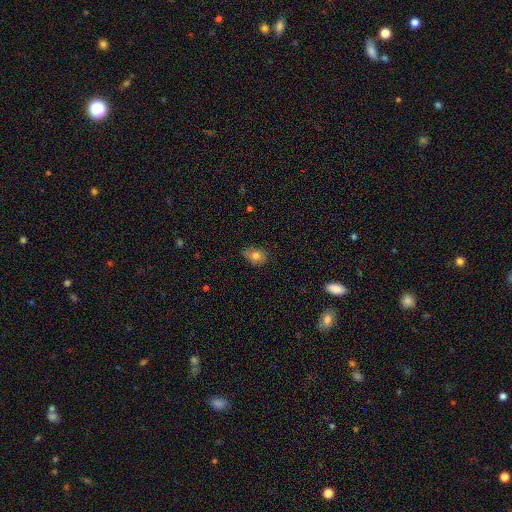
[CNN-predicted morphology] Smooth or featured: smooth — 78% (featured or disk — 12%)
How rounded: in between — 68% (round — 31%)
Merging: none — 75% (minor disturbance — 21%)